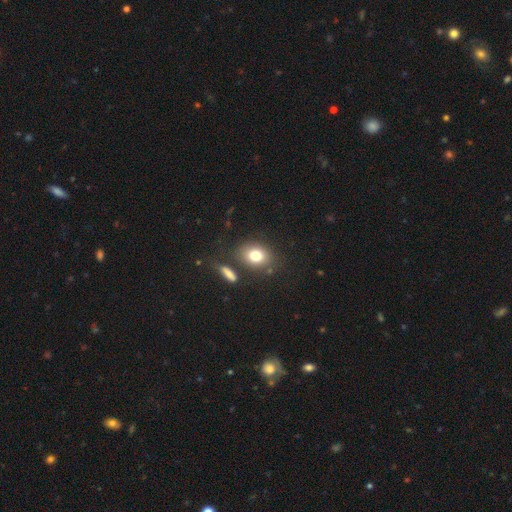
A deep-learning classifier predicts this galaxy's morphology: Smooth or featured? Predicted: smooth (p=0.79). How rounded? Predicted: in between (p=0.59). Merging? Predicted: none (p=0.75).